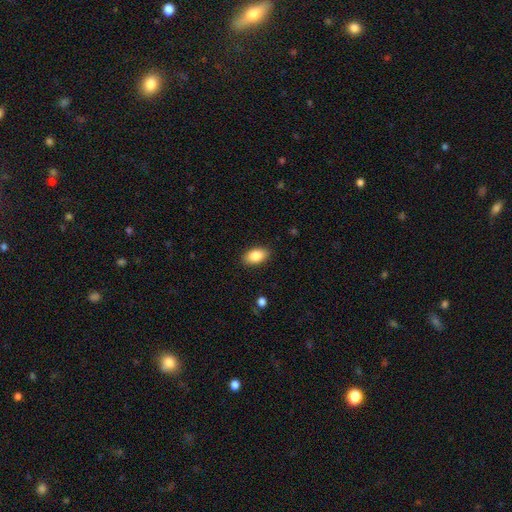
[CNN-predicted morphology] Smooth or featured? Predicted: smooth (p=0.87). How rounded? Predicted: in between (p=0.92). Merging? Predicted: none (p=0.88).